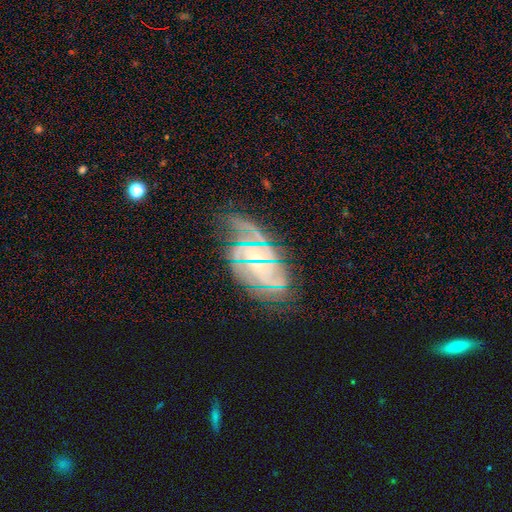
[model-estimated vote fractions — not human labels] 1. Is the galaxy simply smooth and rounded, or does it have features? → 72% featured or disk, 15% star or artifact, 13% smooth.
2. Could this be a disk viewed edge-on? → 93% no, 7% yes.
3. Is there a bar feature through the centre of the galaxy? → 60% no, 29% weak, 11% strong.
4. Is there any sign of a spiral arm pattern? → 90% yes, 10% no.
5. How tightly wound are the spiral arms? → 63% tight, 28% medium, 10% loose.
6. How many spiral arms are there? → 36% can't tell, 17% 2, 16% 3, 13% 4, 10% more than 4, 8% 1.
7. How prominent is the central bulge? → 69% small, 22% moderate, 6% none, 2% large, 2% dominant.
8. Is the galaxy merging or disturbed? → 73% none, 17% minor disturbance, 8% major disturbance, 2% merger.